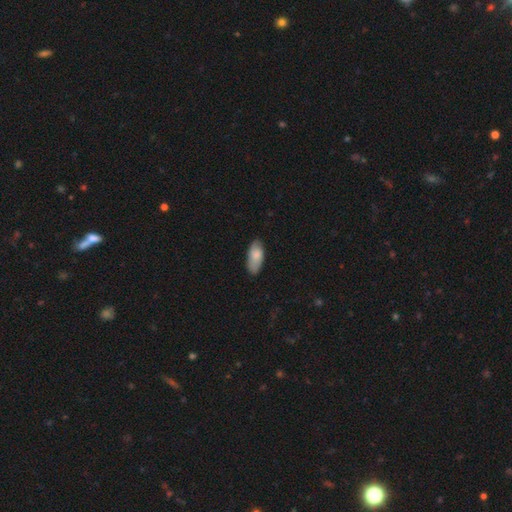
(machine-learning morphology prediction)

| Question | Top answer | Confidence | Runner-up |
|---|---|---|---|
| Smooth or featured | smooth | 80% | featured or disk (14%) |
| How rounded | in between | 88% | cigar-shaped (10%) |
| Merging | none | 79% | minor disturbance (17%) |